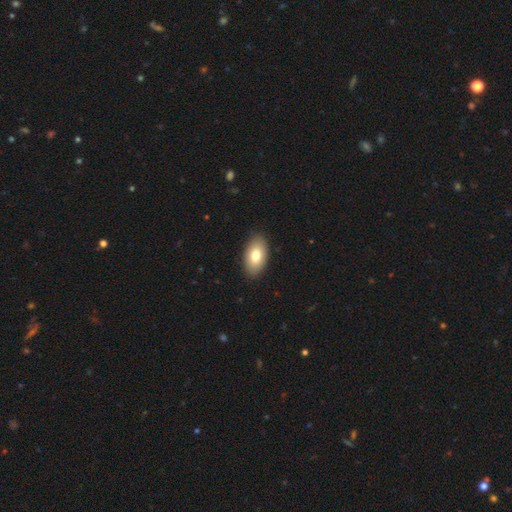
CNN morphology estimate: smooth_or_featured: smooth (p=0.78) [alt: featured or disk p=0.15]
how_rounded: in between (p=0.94) [alt: round p=0.04]
merging: none (p=0.88) [alt: minor disturbance p=0.09]